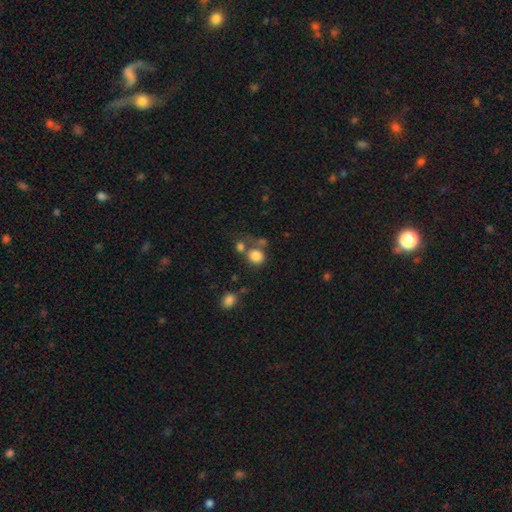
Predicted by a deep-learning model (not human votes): A smooth galaxy with no disk features (82%) that is round (74%). Merging: none (54%).